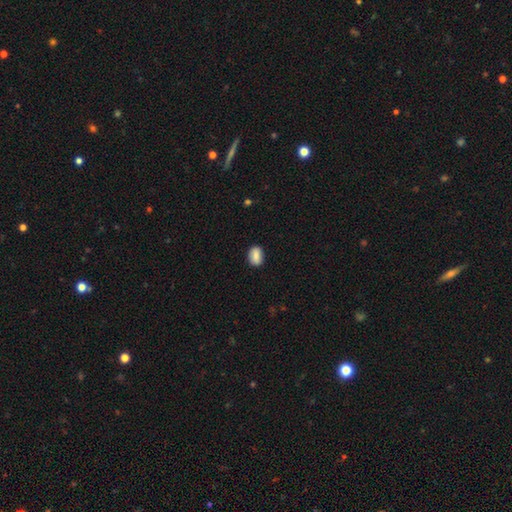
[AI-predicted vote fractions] This is clearly a smooth galaxy (84%). How rounded: likely in between (75%). Merging: clearly none (87%).